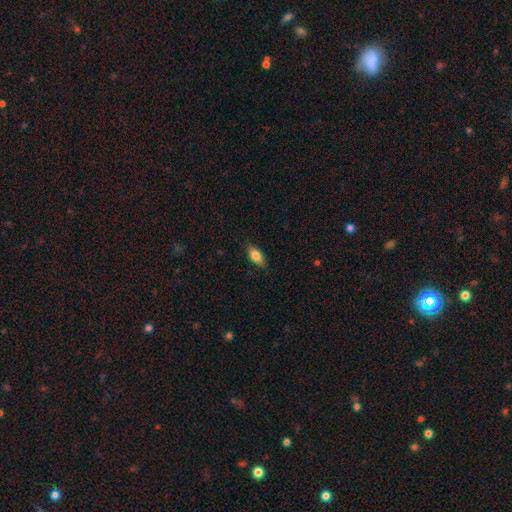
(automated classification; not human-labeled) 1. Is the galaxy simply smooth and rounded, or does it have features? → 82% smooth, 12% featured or disk, 7% star or artifact.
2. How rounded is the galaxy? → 85% in between, 11% cigar-shaped, 3% round.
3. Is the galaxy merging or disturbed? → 85% none, 12% minor disturbance, 2% major disturbance, 1% merger.